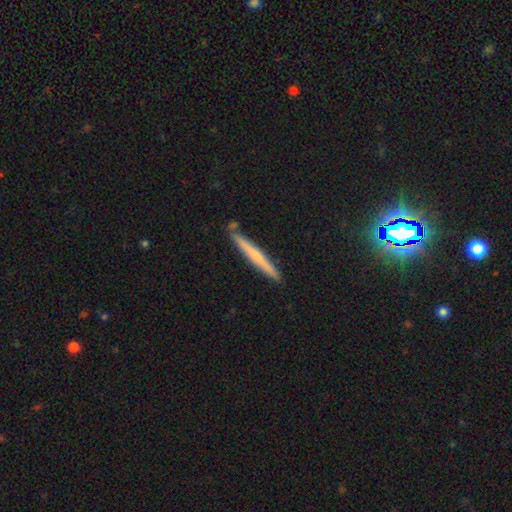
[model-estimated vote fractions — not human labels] Smooth or featured? smooth (58%)
How rounded? cigar-shaped (97%)
Merging? none (86%)